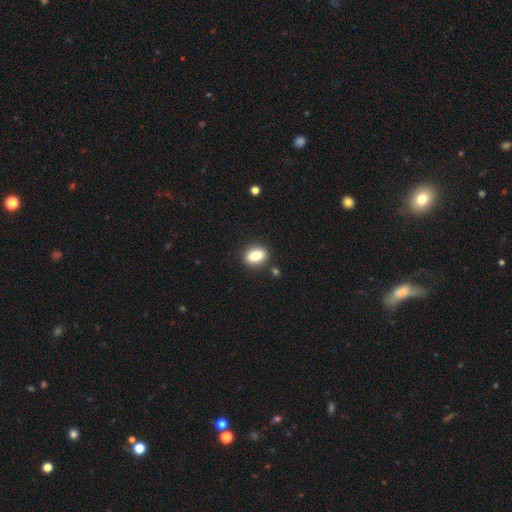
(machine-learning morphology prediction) This is clearly a smooth galaxy (81%). How rounded: likely in between (76%). Merging: clearly none (86%).